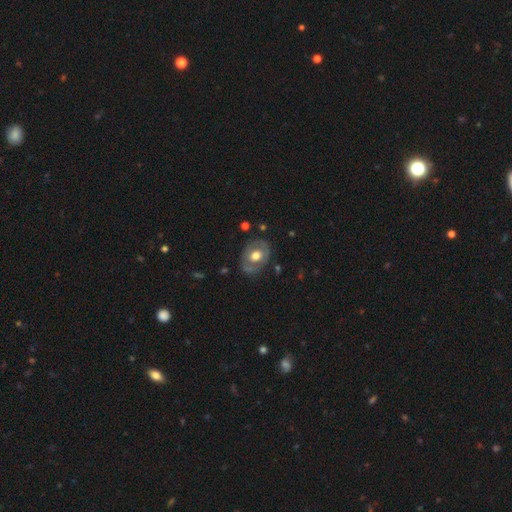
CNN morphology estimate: featured or disk 47% (tied), smooth 47% (tied), star or artifact 6%. Down the decision tree: merging — none (74%).